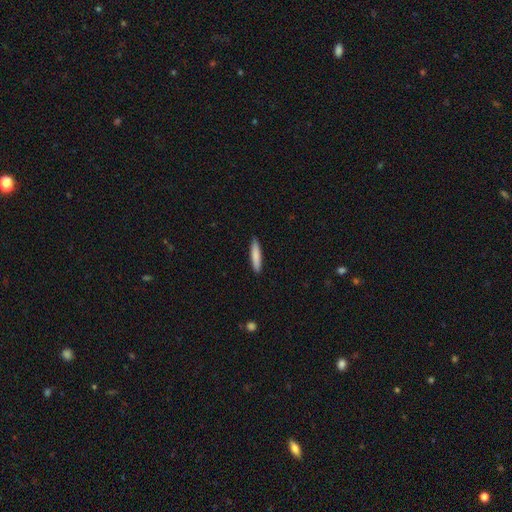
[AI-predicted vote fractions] A smooth galaxy with no disk features (83%) that is cigar-shaped (87%).

Vote fractions:
- Smooth or featured? smooth: 83% / featured or disk: 12% / star or artifact: 6%
- How rounded? cigar-shaped: 87% / in between: 12% / round: 1%
- Merging? none: 90% / minor disturbance: 8% / major disturbance: 1% / merger: 1%